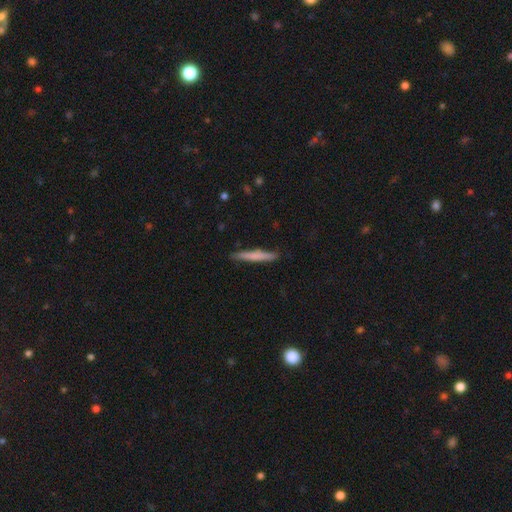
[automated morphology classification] Smooth or featured? smooth (68%)
How rounded? cigar-shaped (96%)
Merging? none (89%)